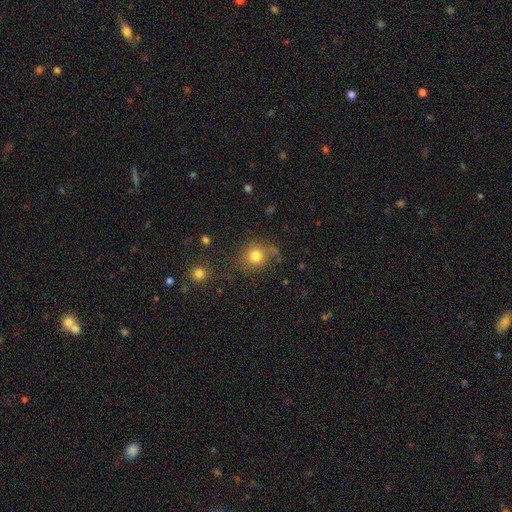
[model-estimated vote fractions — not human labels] smooth 79%, star or artifact 13%, featured or disk 8%. Down the decision tree: how rounded — round (85%); merging — none (72%).